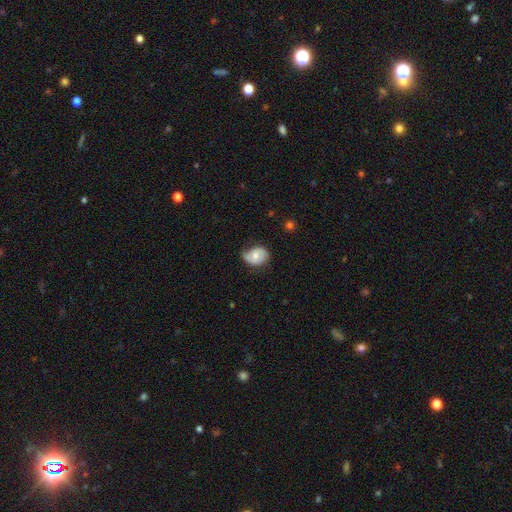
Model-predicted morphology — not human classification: featured or disk 54%, smooth 39%, star or artifact 7%. Down the decision tree: edge-on disk — no (97%); bar — no (50%); spiral arms — yes (83%); bulge size — moderate (59%); merging — none (59%).